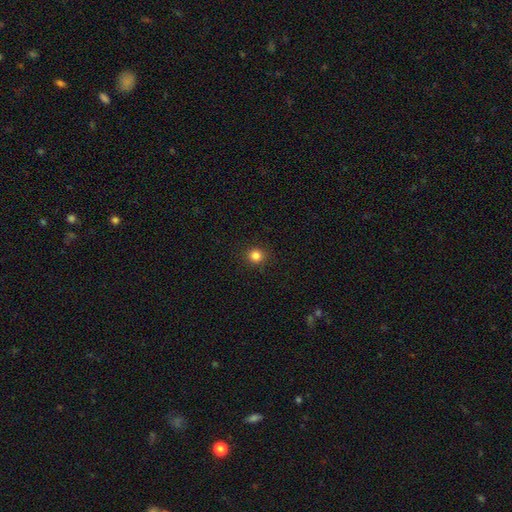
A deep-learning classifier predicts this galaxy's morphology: Smooth or featured? Predicted: smooth (p=0.84). How rounded? Predicted: round (p=0.91). Merging? Predicted: none (p=0.91).